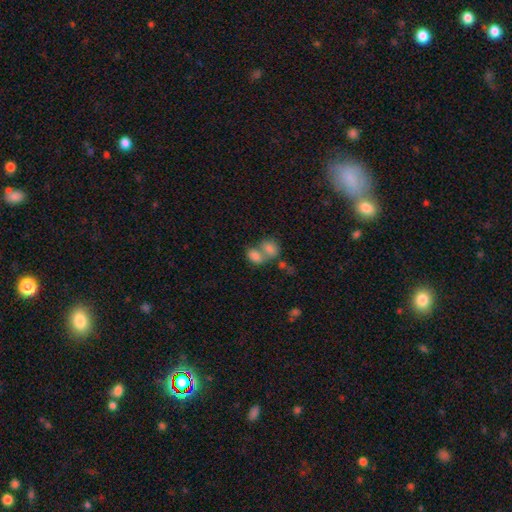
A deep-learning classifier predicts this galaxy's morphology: A smooth galaxy with no disk features (79%) that is in between round and cigar-shaped (78%). Merging: merger (66%).